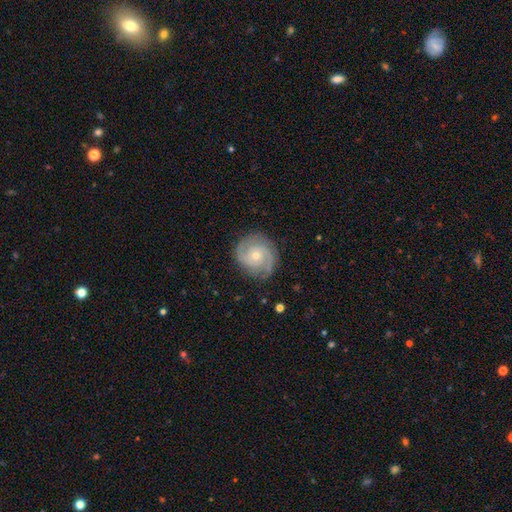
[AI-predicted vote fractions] This appears to be a featured or disk galaxy (85%) with no bar (71%), 2 (70%) tight (52%) spiral arms (97%) and a small central bulge (58%). Merging: none (82%).